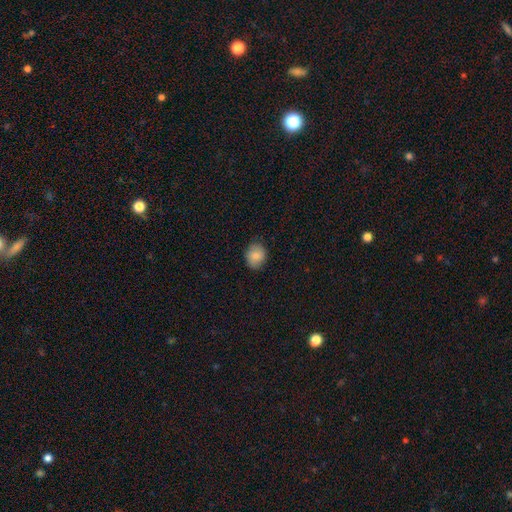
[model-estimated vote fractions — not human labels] Smooth or featured? Predicted: smooth (p=0.85). How rounded? Predicted: round (p=0.56). Merging? Predicted: none (p=0.83).